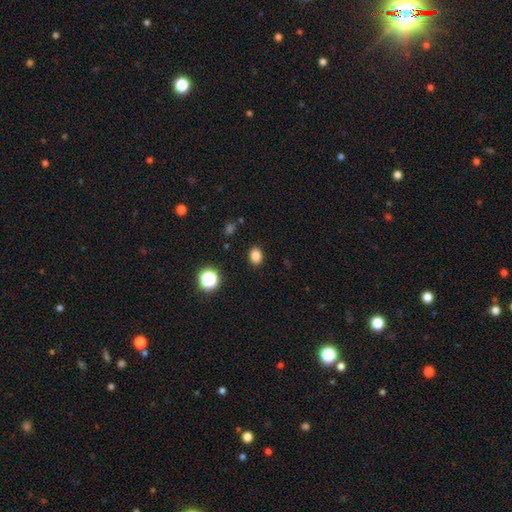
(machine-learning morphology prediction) Smooth or featured? Predicted: smooth (p=0.83). How rounded? Predicted: in between (p=0.60). Merging? Predicted: none (p=0.89).